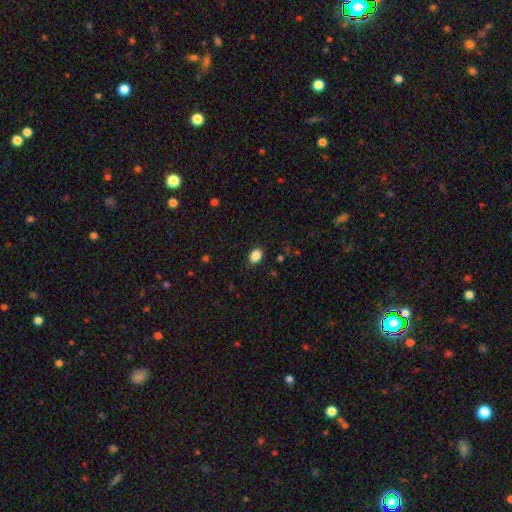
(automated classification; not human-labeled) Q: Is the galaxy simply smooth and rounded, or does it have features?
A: smooth — 87%.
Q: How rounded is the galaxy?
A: in between — 67%.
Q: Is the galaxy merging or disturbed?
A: none — 88%.